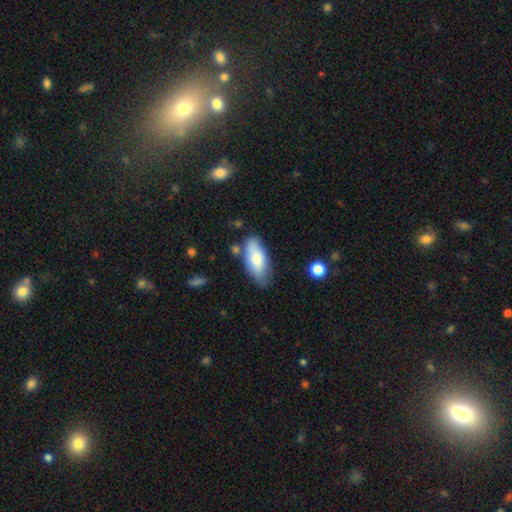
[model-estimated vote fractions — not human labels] Overall: smooth (78%). How rounded: in between (85%). Merging: none (69%).